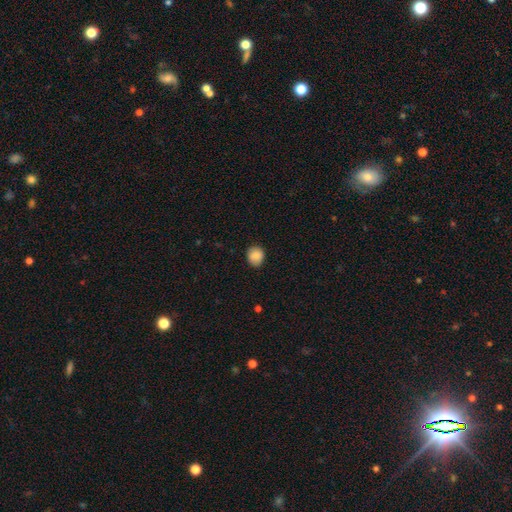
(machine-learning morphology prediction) Smooth or featured? Predicted: smooth (p=0.88). How rounded? Predicted: round (p=0.76). Merging? Predicted: none (p=0.84).